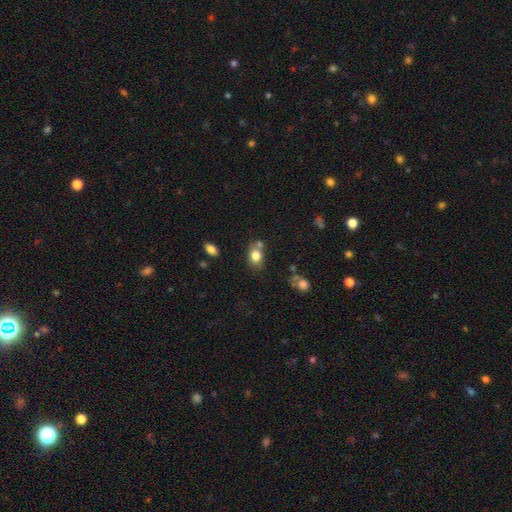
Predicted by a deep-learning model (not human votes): smooth-or-featured: smooth: 80% | featured or disk: 10% | star or artifact: 10%
  how-rounded: in between: 69% | round: 29% | cigar-shaped: 1%
  merging: none: 56% | merger: 22% | minor disturbance: 16% | major disturbance: 5%